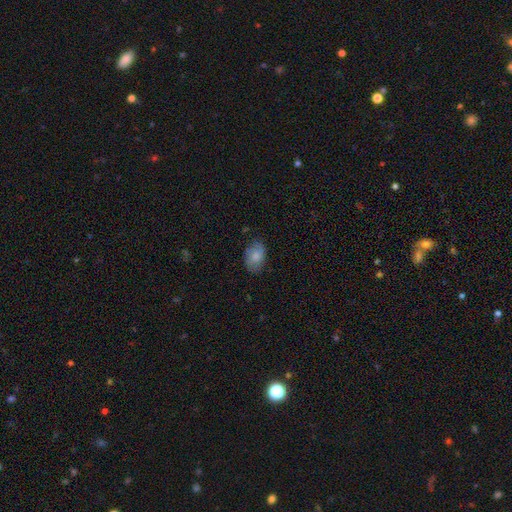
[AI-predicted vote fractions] A smooth galaxy with no disk features (72%) that is in between round and cigar-shaped (86%).

Vote fractions:
- Smooth or featured? smooth: 72% / featured or disk: 21% / star or artifact: 7%
- How rounded? in between: 86% / round: 13% / cigar-shaped: 1%
- Merging? none: 72% / minor disturbance: 22% / major disturbance: 5% / merger: 1%